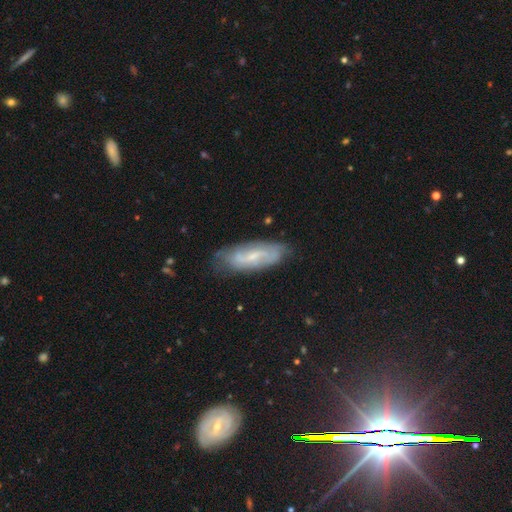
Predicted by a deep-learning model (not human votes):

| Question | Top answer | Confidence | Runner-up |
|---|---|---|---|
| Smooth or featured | featured or disk | 57% | smooth (30%) |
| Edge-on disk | no | 78% | yes (22%) |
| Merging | none | 78% | minor disturbance (16%) |